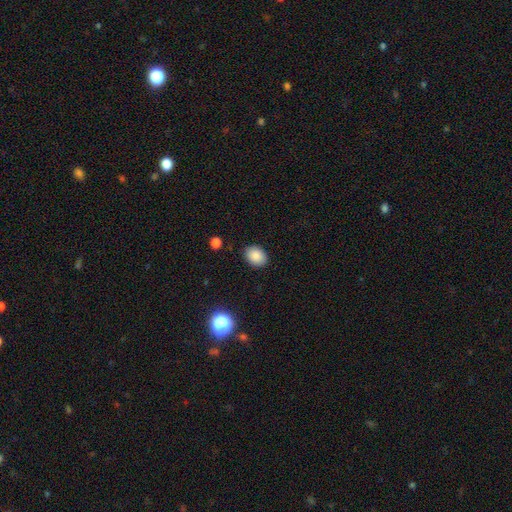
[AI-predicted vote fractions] This appears to be a smooth galaxy with no disk features (86%) that is in between round and cigar-shaped (61%). Merging: none (87%).